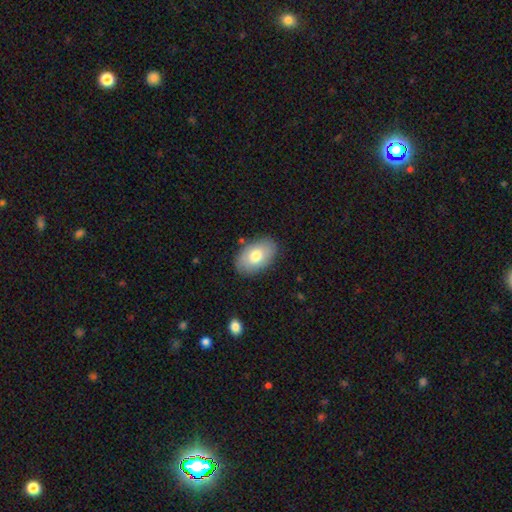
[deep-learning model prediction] A smooth galaxy with no disk features (74%) that is in between round and cigar-shaped (92%). Merging: none (84%).